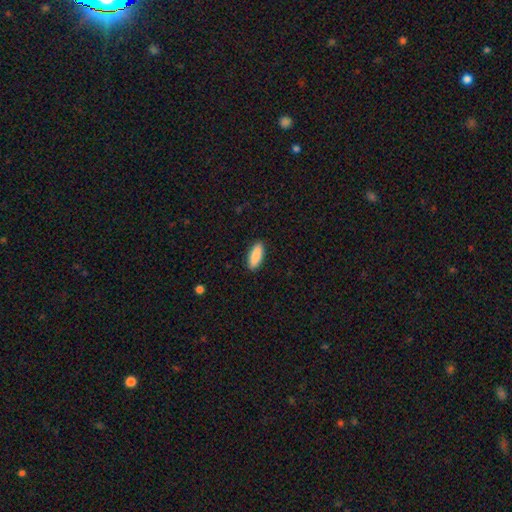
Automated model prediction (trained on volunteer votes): This appears to be a smooth galaxy with no disk features (89%) that is in between round and cigar-shaped (72%). Merging: none (90%).